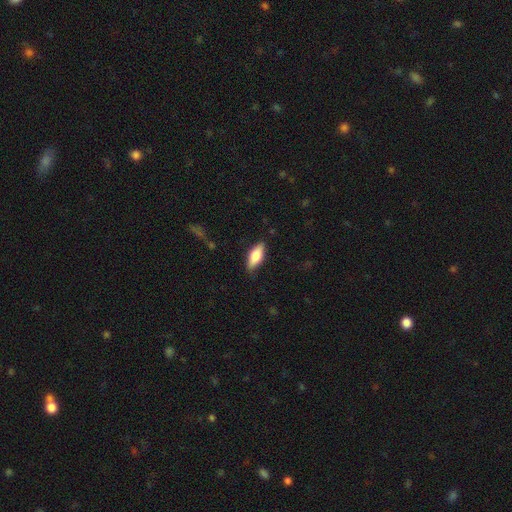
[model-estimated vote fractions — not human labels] smooth 73%, featured or disk 21%, star or artifact 6%. Down the decision tree: how rounded — in between (75%); merging — none (82%).